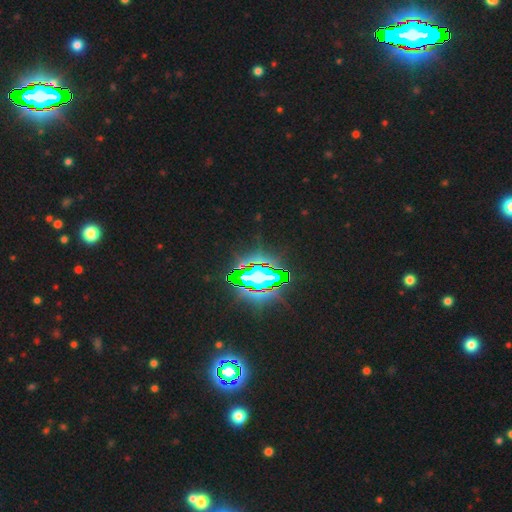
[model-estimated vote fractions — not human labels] A star or artifact, not a galaxy (84%).

Vote fractions:
- Smooth or featured? star or artifact: 84% / smooth: 9% / featured or disk: 7%